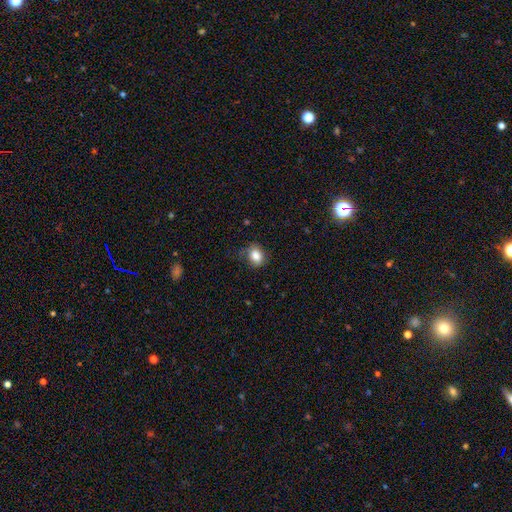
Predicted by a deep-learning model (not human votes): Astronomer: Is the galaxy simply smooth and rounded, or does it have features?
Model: smooth — 84%.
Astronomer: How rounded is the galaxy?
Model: in between — 54% (runner-up: round, 45%).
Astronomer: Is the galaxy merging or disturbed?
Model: none — 70%.